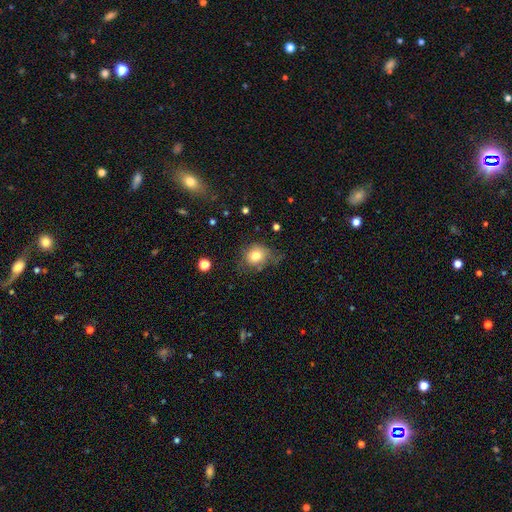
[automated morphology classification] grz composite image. It shows a smooth galaxy with no disk features (77%) that is round (76%). Merging: none (57%).